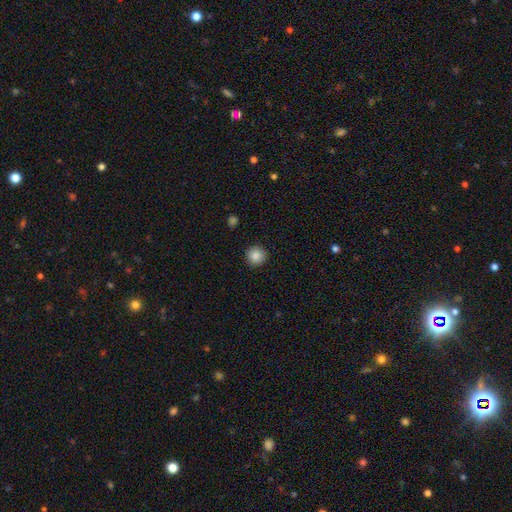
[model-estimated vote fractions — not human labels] This appears to be a smooth galaxy with no disk features (87%) that is round (94%). Merging: none (91%).